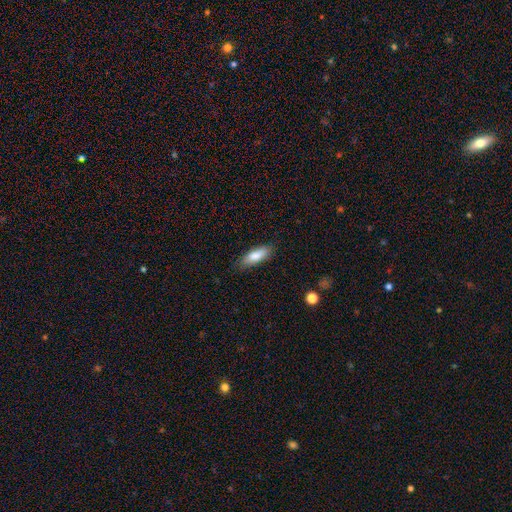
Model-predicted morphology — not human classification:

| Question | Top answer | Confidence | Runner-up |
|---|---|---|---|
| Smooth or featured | smooth | 83% | featured or disk (10%) |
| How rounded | in between | 60% | cigar-shaped (39%) |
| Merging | none | 83% | minor disturbance (13%) |